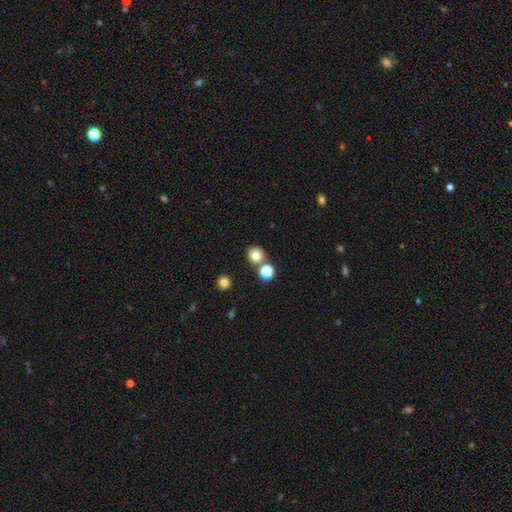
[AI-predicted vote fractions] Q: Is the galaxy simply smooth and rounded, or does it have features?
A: smooth — 78%.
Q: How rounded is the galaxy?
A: round — 84%.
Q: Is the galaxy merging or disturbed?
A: none — 73%.